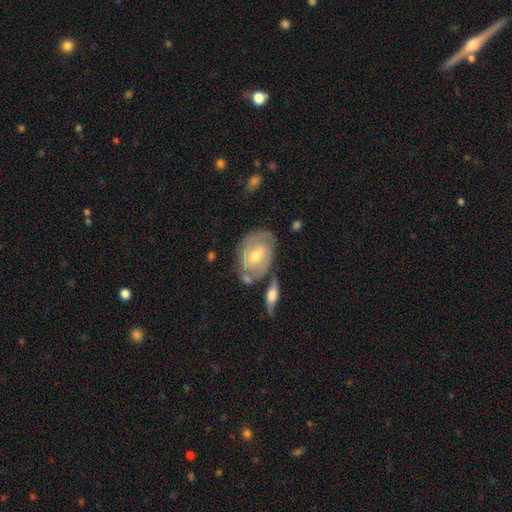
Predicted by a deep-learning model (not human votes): Overall: featured or disk (63%; smooth 31%). Edge-on disk: no (92%). Bar: no (49%; weak 41%). Spiral arms: yes (78%). Bulge size: moderate (61%; small 34%). Merging: none (61%).